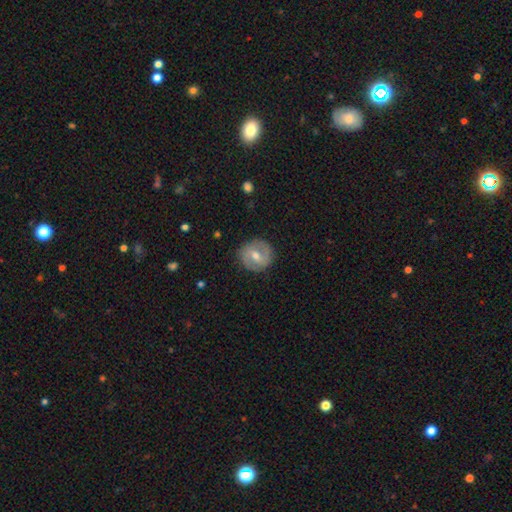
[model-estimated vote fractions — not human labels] The model was most divided on "bar": weak: 51%, no: 27%, strong: 22%. More confident: edge-on disk — no (96%); merging — none (86%); spiral arms — yes (72%); bulge size — moderate (69%); smooth or featured — featured or disk (59%).